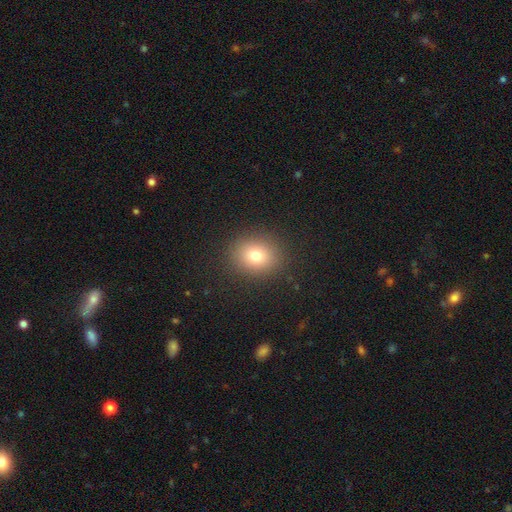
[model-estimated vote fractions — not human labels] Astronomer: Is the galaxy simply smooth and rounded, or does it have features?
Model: smooth — 76%.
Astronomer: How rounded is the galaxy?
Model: round — 60% (runner-up: in between, 39%).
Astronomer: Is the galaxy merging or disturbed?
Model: none — 89%.